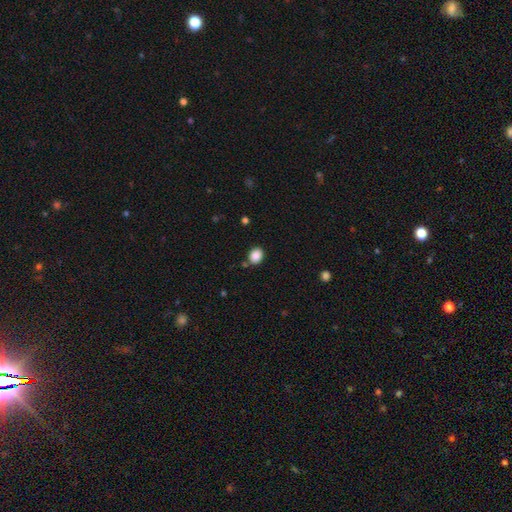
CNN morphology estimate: Q: Smooth or featured?
A: smooth (87%); runner-up: star or artifact (9%)
Q: How rounded?
A: in between (51%); runner-up: round (48%)
Q: Merging?
A: none (82%); runner-up: minor disturbance (11%)